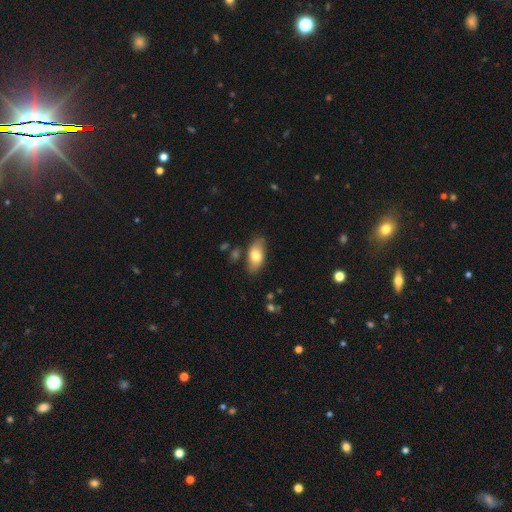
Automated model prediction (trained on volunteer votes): smooth_or_featured: smooth (p=0.73) [alt: featured or disk p=0.20]
how_rounded: in between (p=0.91) [alt: cigar-shaped p=0.05]
merging: none (p=0.79) [alt: minor disturbance p=0.15]